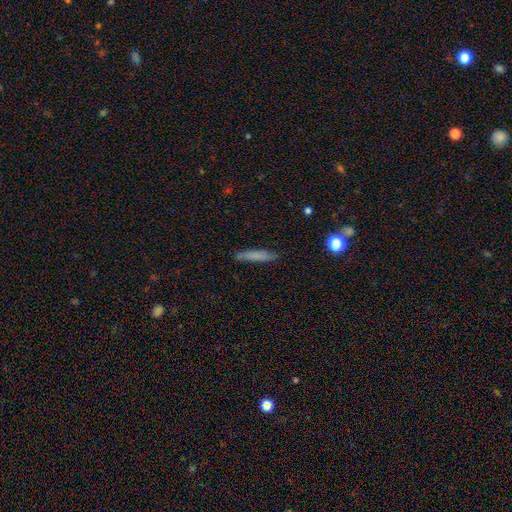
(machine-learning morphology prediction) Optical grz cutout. It shows a smooth galaxy with no disk features (73%) that is cigar-shaped (91%). Merging: none (82%).